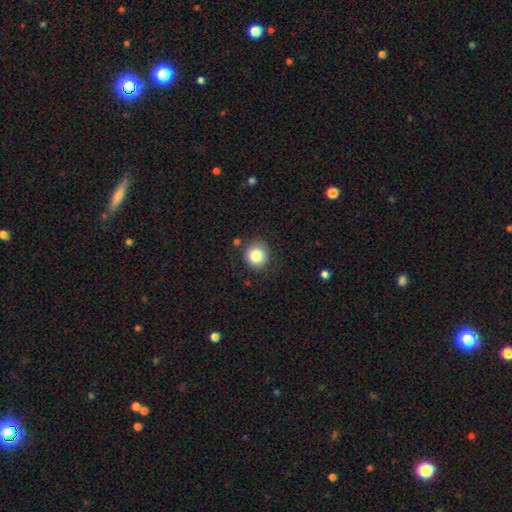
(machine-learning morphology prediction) smooth_or_featured: smooth (p=0.83) [alt: star or artifact p=0.10]
how_rounded: round (p=0.88) [alt: in between p=0.11]
merging: none (p=0.83) [alt: minor disturbance p=0.11]